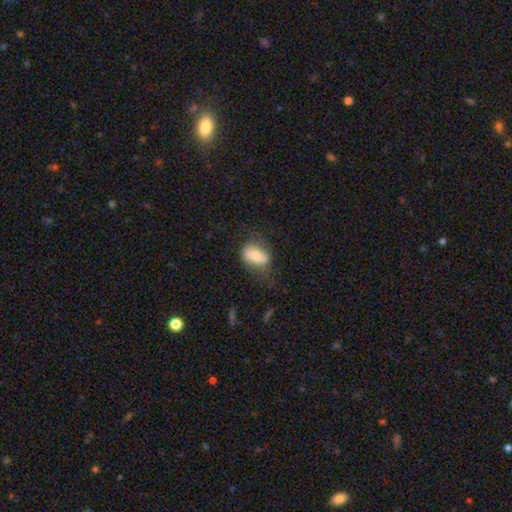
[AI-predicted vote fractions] Overall: smooth (58%; featured or disk 34%). How rounded: in between (81%). Merging: none (58%; minor disturbance 25%).